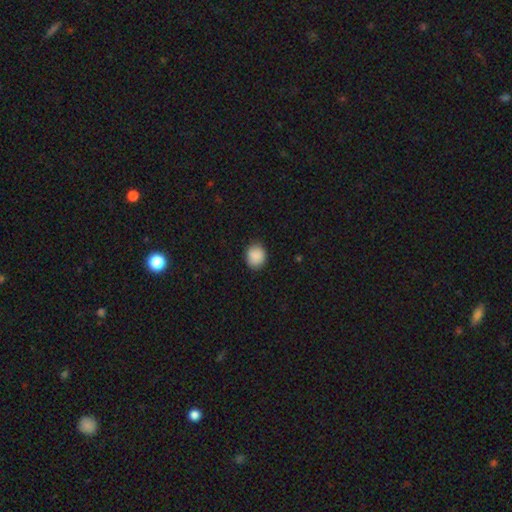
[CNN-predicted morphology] Smooth or featured?
  - smooth: 89% *
  - star or artifact: 7%
  - featured or disk: 3%
How rounded?
  - round: 68% *
  - in between: 31%
  - cigar-shaped: 1%
Merging?
  - none: 84% *
  - minor disturbance: 12%
  - major disturbance: 2%
  - merger: 1%